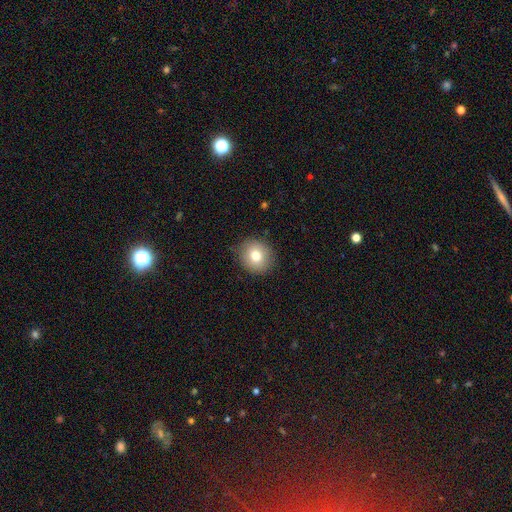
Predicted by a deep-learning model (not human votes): Smooth or featured?
  - smooth: 77% *
  - featured or disk: 12%
  - star or artifact: 11%
How rounded?
  - round: 86% *
  - in between: 13%
  - cigar-shaped: 1%
Merging?
  - none: 86% *
  - minor disturbance: 10%
  - major disturbance: 3%
  - merger: 1%